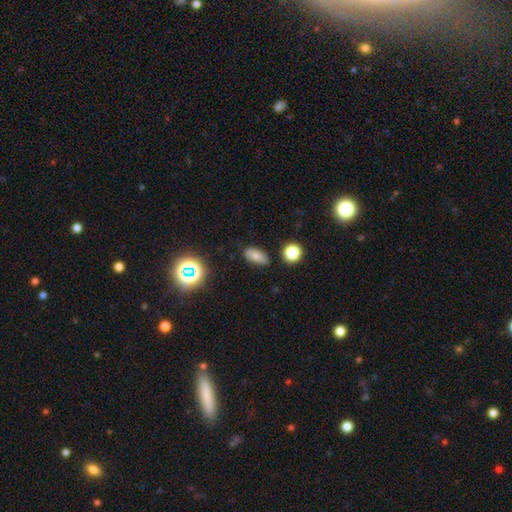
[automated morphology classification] smooth_or_featured: smooth (p=0.71) [alt: star or artifact p=0.15]
how_rounded: in between (p=0.87) [alt: round p=0.08]
merging: none (p=0.81) [alt: minor disturbance p=0.14]